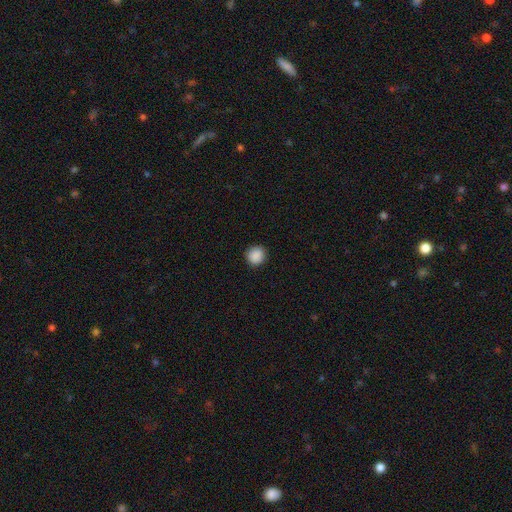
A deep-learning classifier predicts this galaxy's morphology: This appears to be a smooth galaxy with no disk features (89%) that is round (92%). Merging: none (91%).